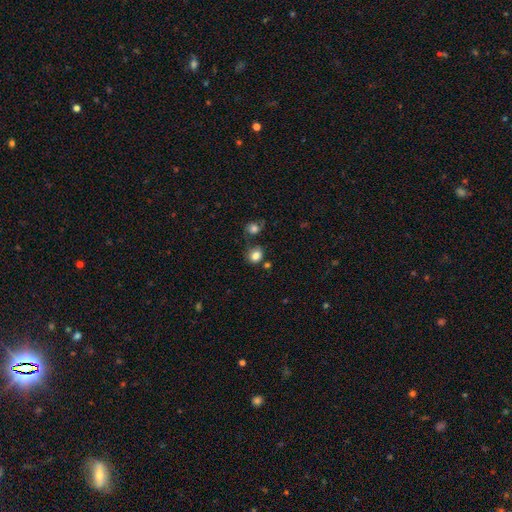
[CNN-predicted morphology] Smooth or featured: smooth — 82% (star or artifact — 10%)
How rounded: round — 67% (in between — 32%)
Merging: none — 61% (minor disturbance — 17%)